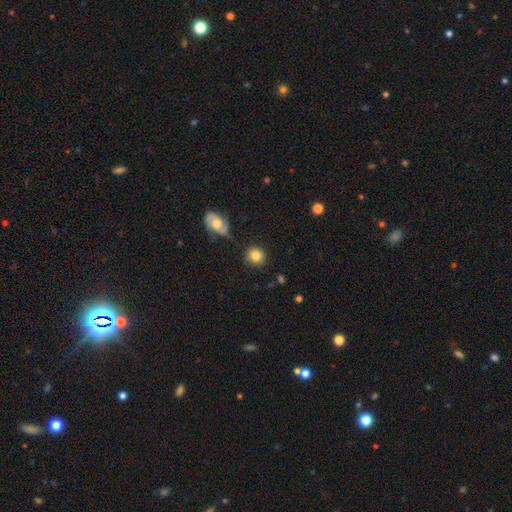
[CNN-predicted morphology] The model was most divided on "how rounded": round: 78%, in between: 20%, cigar-shaped: 1%. More confident: smooth or featured — smooth (80%); merging — none (79%).